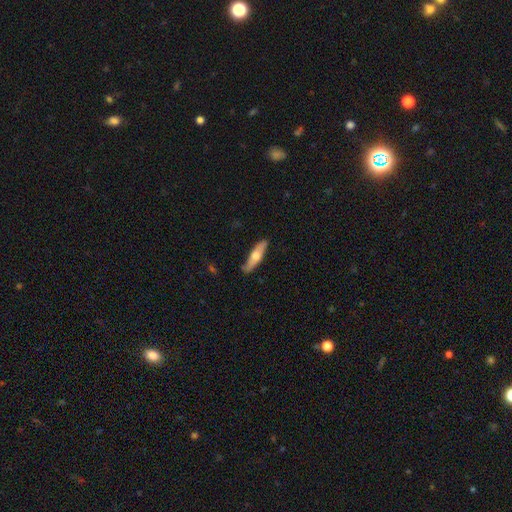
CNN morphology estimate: smooth 55%, featured or disk 40%, star or artifact 5%. Down the decision tree: how rounded — cigar-shaped (71%); merging — none (86%).